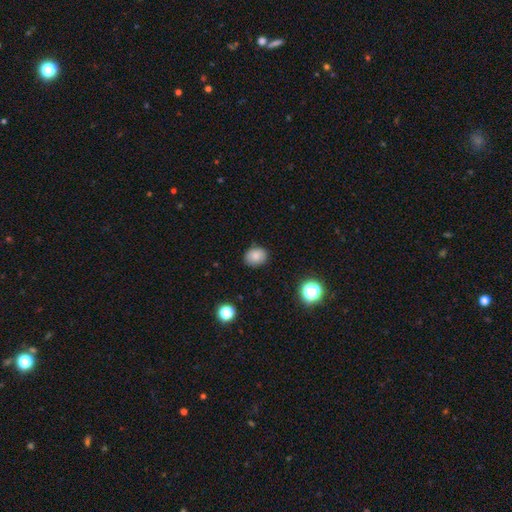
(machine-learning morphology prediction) This appears to be a smooth galaxy with no disk features (84%) that is in between round and cigar-shaped (54%). Merging: none (84%).